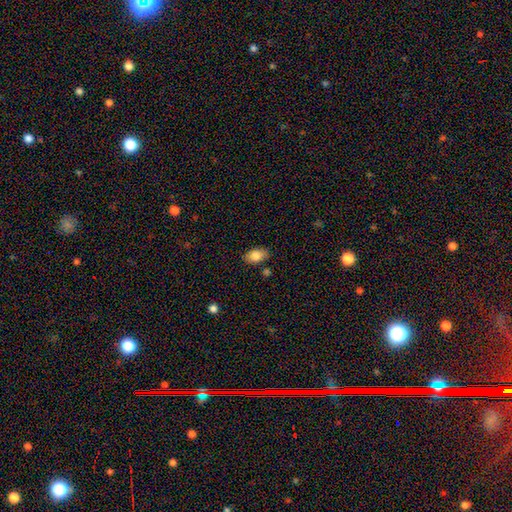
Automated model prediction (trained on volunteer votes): The model was most divided on "merging": none: 83%, minor disturbance: 12%, merger: 3%, major disturbance: 2%. More confident: how rounded — in between (90%); smooth or featured — smooth (82%).